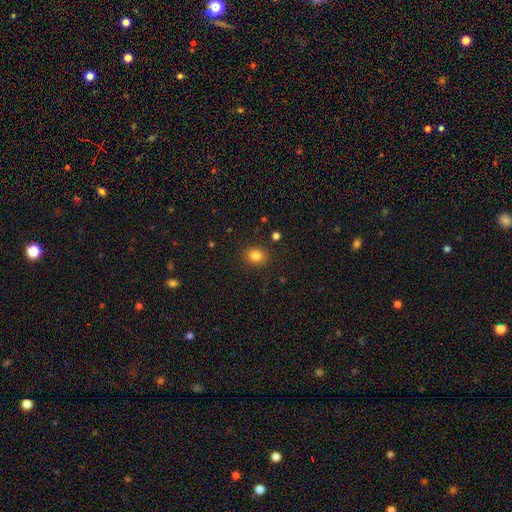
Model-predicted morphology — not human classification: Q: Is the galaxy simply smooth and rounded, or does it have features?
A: smooth — 82%.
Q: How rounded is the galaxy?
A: round — 58%.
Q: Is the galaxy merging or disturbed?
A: none — 87%.